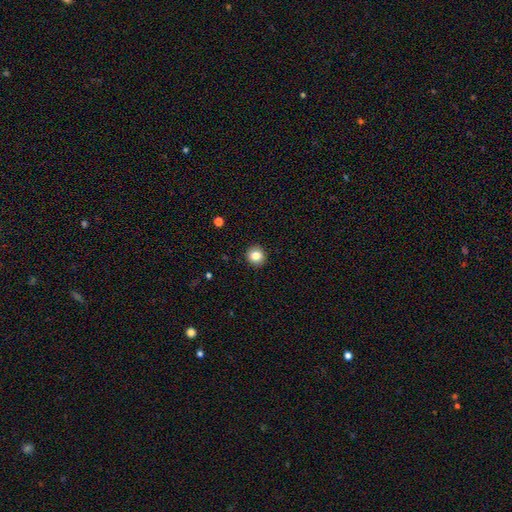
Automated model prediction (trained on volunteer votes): Q: Smooth or featured?
A: smooth (84%); runner-up: star or artifact (10%)
Q: How rounded?
A: round (91%); runner-up: in between (8%)
Q: Merging?
A: none (92%); runner-up: minor disturbance (5%)